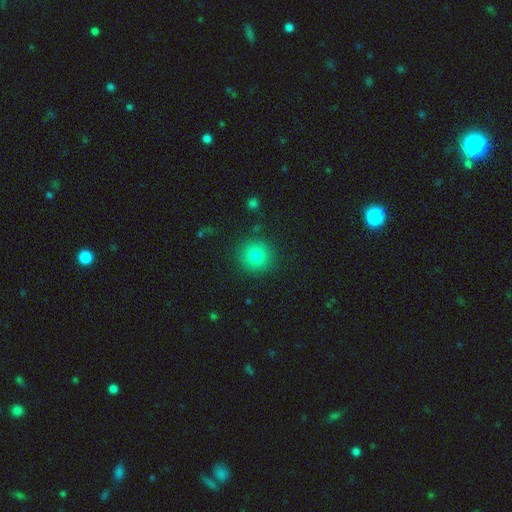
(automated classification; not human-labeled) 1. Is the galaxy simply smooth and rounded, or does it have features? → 81% smooth, 12% star or artifact, 7% featured or disk.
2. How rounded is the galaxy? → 92% round, 7% in between, 1% cigar-shaped.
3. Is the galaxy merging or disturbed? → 87% none, 8% minor disturbance, 3% major disturbance, 2% merger.